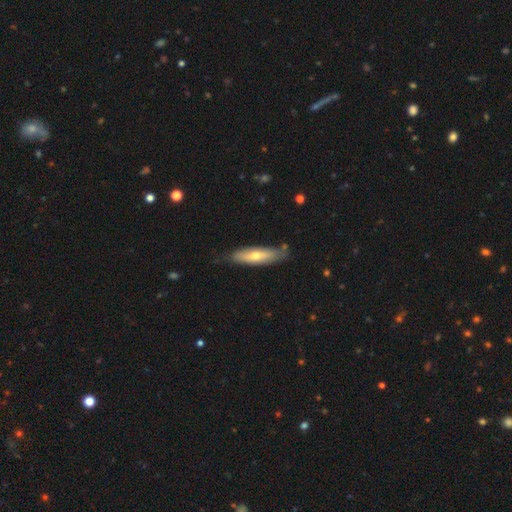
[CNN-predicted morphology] Q: Smooth or featured?
A: smooth (57%); runner-up: featured or disk (37%)
Q: How rounded?
A: cigar-shaped (61%); runner-up: in between (37%)
Q: Merging?
A: none (74%); runner-up: minor disturbance (19%)